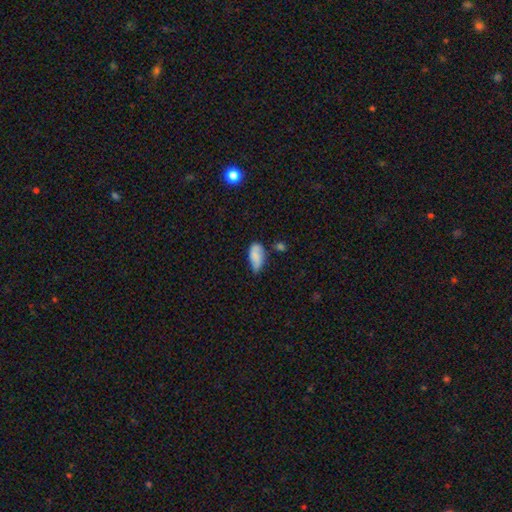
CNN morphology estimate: Smooth or featured? smooth (72%)
How rounded? in between (91%)
Merging? none (47%)